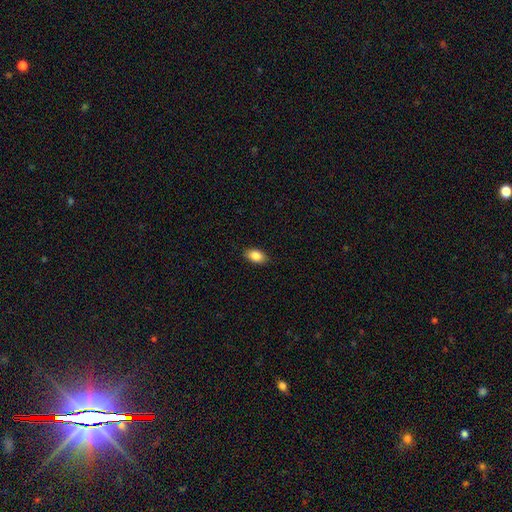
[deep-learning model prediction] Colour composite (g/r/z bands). It shows a smooth galaxy with no disk features (86%) that is in between round and cigar-shaped (91%). Merging: none (88%).